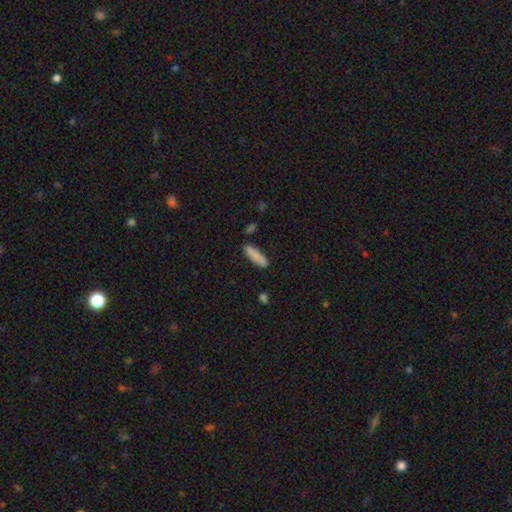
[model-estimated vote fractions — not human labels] This appears to be a smooth galaxy with no disk features (86%) that is cigar-shaped (64%). Merging: none (81%).